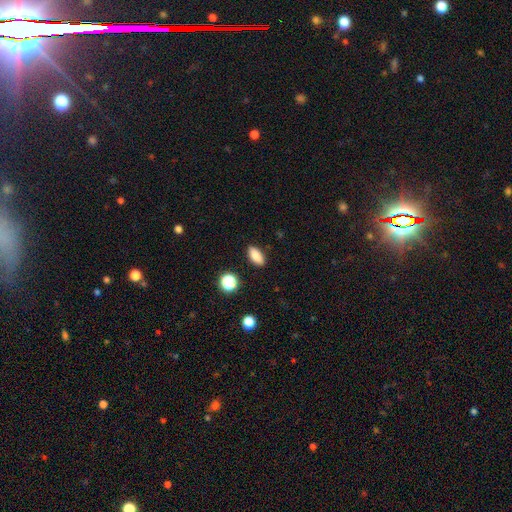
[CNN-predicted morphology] smooth-or-featured: smooth: 86% | star or artifact: 9% | featured or disk: 5%
  how-rounded: in between: 85% | cigar-shaped: 9% | round: 5%
  merging: none: 89% | minor disturbance: 8% | major disturbance: 2% | merger: 1%